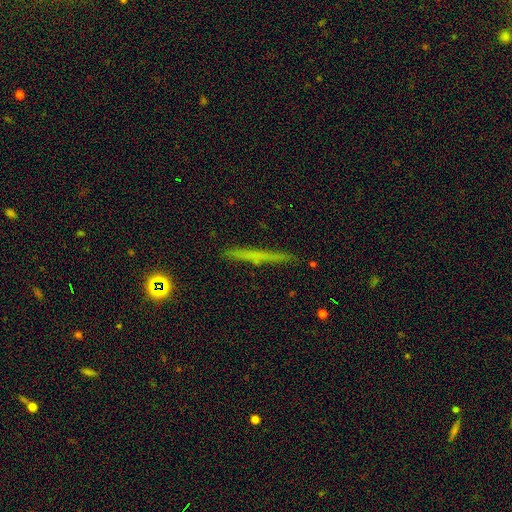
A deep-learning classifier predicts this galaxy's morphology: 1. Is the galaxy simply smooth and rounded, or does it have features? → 49% smooth, 40% featured or disk, 11% star or artifact.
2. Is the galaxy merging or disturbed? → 88% none, 9% minor disturbance, 2% major disturbance, 1% merger.